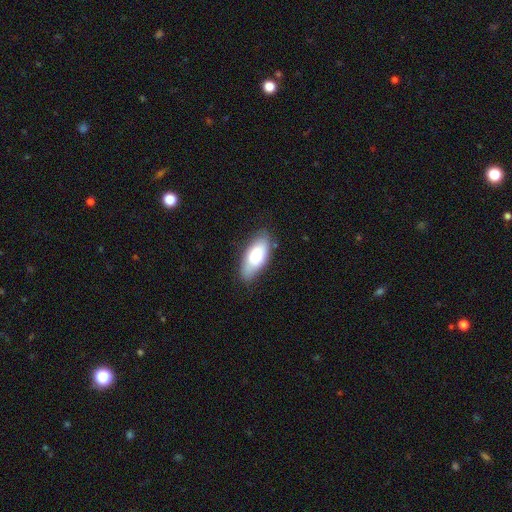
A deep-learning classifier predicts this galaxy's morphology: Smooth or featured? Predicted: smooth (p=0.77). How rounded? Predicted: in between (p=0.84). Merging? Predicted: none (p=0.79).